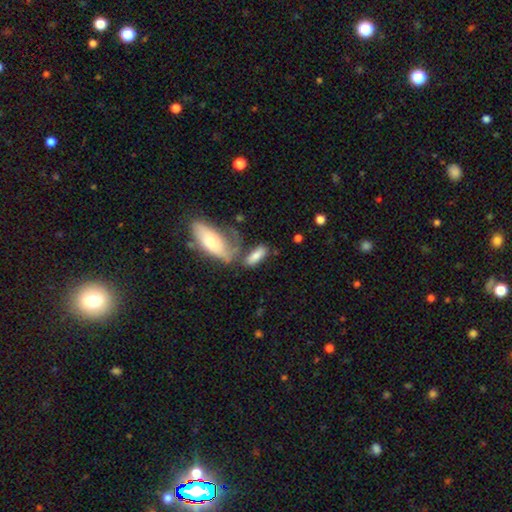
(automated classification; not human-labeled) smooth 77%, featured or disk 16%, star or artifact 7%. Down the decision tree: how rounded — in between (70%); merging — none (46%).